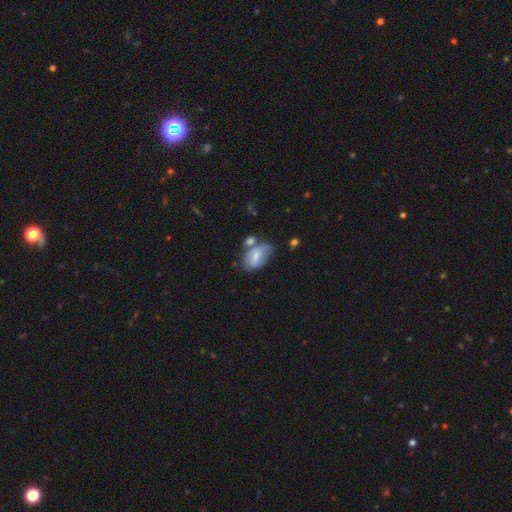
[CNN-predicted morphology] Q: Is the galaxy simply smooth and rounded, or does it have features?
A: smooth — 58%.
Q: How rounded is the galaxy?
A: in between — 90%.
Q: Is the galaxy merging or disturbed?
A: none — 39%.